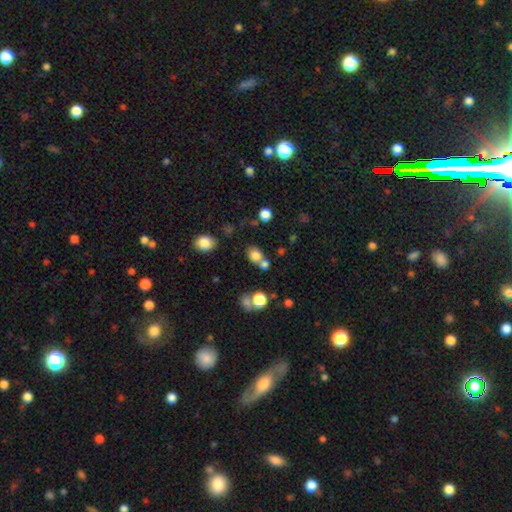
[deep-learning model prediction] Smooth or featured: smooth — 78% (star or artifact — 14%)
How rounded: round — 57% (in between — 41%)
Merging: none — 56% (merger — 28%)